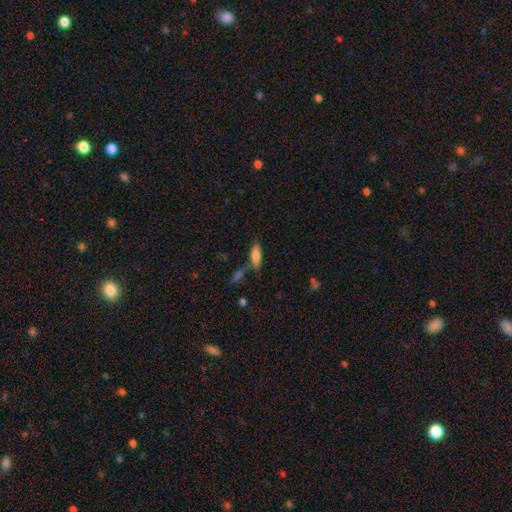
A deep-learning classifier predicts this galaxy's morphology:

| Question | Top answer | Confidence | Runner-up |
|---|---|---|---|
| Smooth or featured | smooth | 79% | featured or disk (13%) |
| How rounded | in between | 64% | cigar-shaped (34%) |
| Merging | none | 61% | merger (18%) |